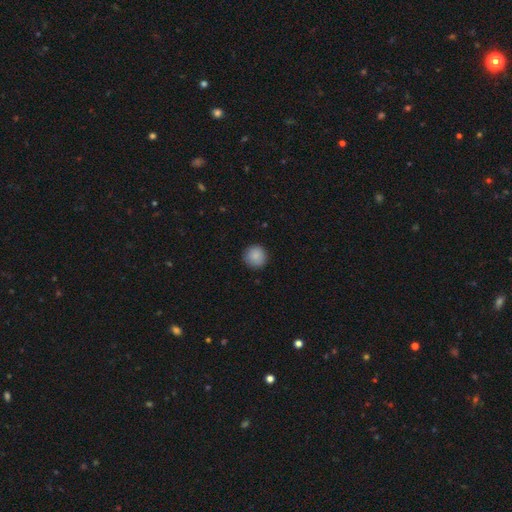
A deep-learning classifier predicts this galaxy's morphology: type=smooth (88%); roundness=round (94%); merging=none (90%).